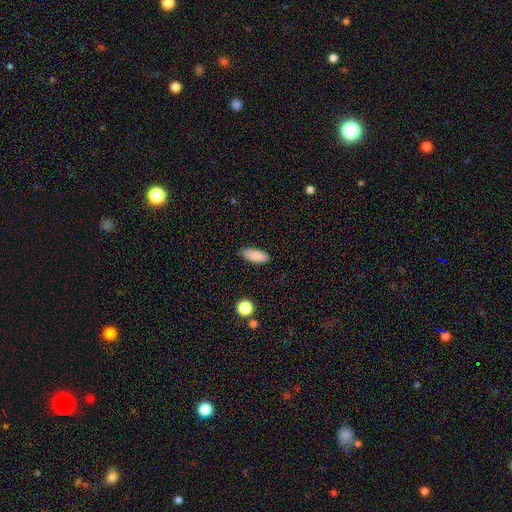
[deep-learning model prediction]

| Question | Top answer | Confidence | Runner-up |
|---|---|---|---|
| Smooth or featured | smooth | 86% | star or artifact (7%) |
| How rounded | in between | 81% | cigar-shaped (17%) |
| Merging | none | 83% | minor disturbance (13%) |